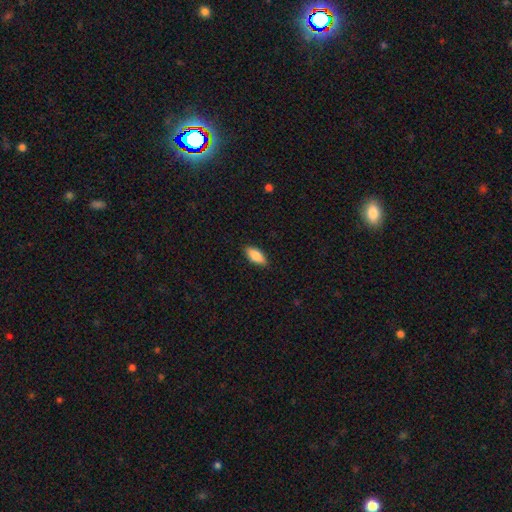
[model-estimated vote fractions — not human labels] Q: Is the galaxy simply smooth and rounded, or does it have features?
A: smooth — 82%.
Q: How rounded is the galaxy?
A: in between — 81%.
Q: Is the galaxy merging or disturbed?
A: none — 86%.